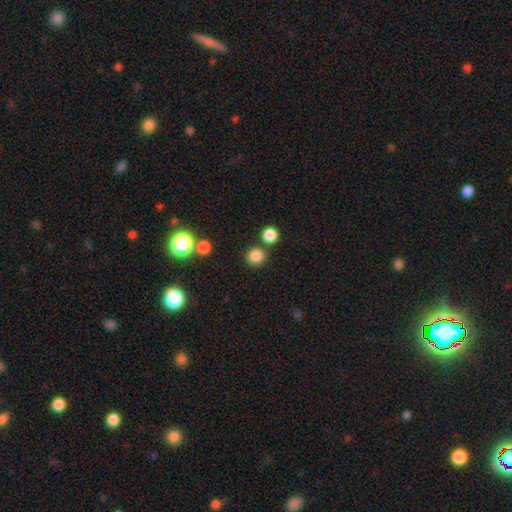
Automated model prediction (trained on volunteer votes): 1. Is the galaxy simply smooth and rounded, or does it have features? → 83% smooth, 13% star or artifact, 4% featured or disk.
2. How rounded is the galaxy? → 86% round, 13% in between, 1% cigar-shaped.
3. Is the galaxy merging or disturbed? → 78% none, 11% merger, 8% minor disturbance, 3% major disturbance.